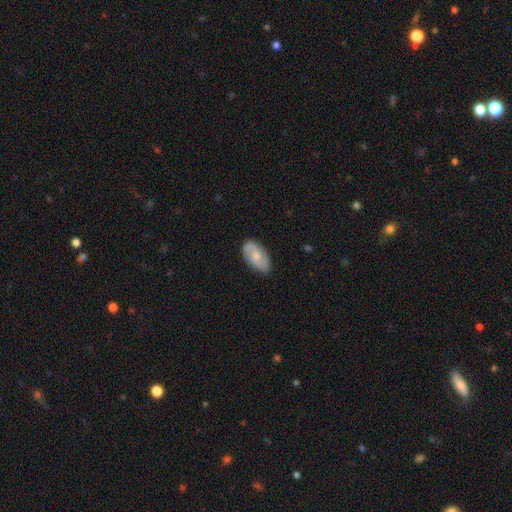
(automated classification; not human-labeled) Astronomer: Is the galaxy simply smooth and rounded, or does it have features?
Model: featured or disk — 48% (runner-up: smooth, 46%).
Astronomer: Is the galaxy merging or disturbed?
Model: none — 80%.